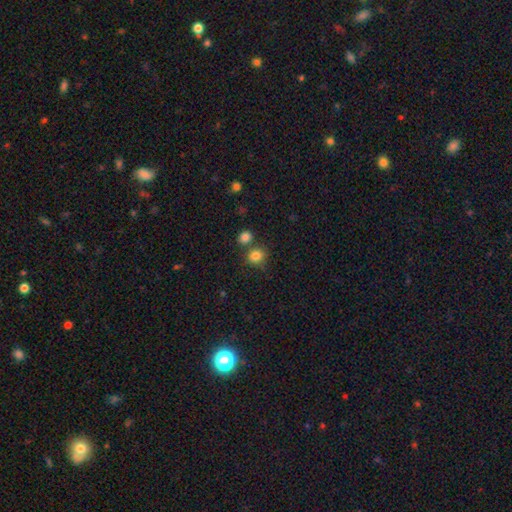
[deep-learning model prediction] Smooth or featured?
  - smooth: 83% *
  - star or artifact: 12%
  - featured or disk: 5%
How rounded?
  - round: 80% *
  - in between: 19%
  - cigar-shaped: 1%
Merging?
  - none: 67% *
  - merger: 19%
  - minor disturbance: 10%
  - major disturbance: 3%